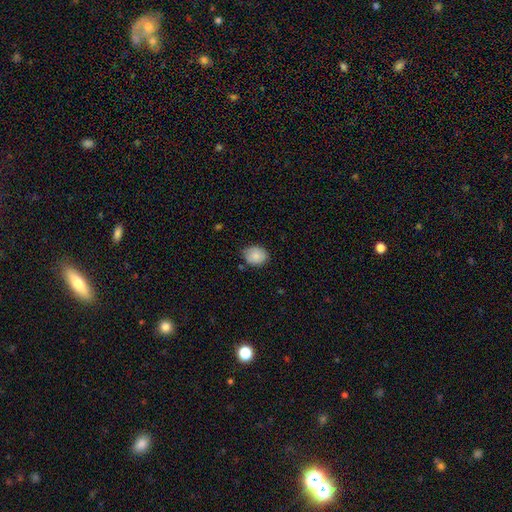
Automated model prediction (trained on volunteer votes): Overall: smooth (84%). How rounded: round (56%; in between 43%). Merging: none (74%).